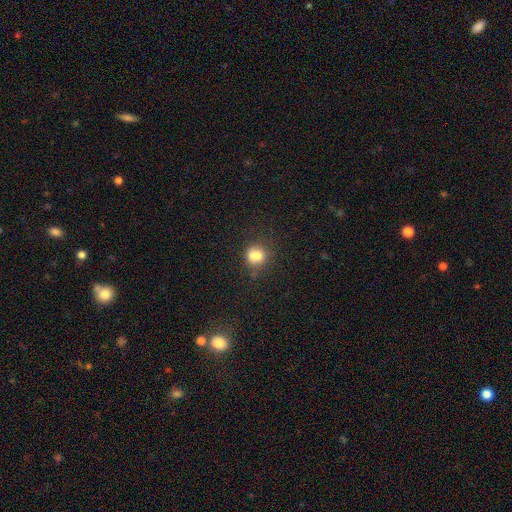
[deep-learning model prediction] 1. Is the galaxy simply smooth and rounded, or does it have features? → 75% smooth, 13% featured or disk, 12% star or artifact.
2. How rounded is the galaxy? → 77% round, 22% in between, 1% cigar-shaped.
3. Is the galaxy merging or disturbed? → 50% none, 28% merger, 16% minor disturbance, 7% major disturbance.